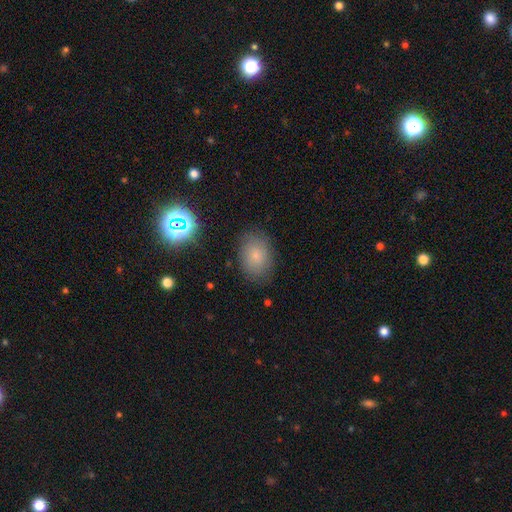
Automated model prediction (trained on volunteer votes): Smooth or featured? smooth (73%)
How rounded? in between (75%)
Merging? none (81%)